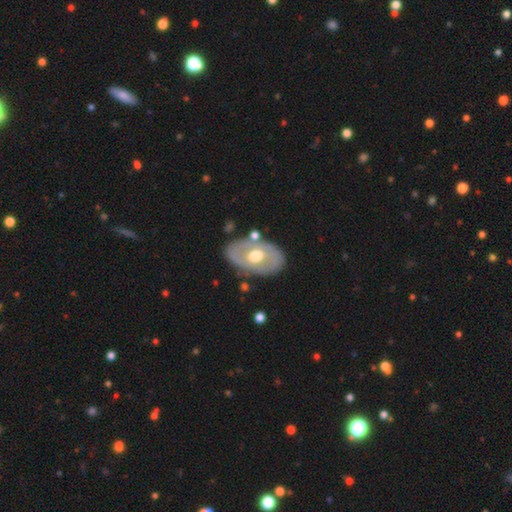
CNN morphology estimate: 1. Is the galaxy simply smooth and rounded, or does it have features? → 56% featured or disk, 38% smooth, 5% star or artifact.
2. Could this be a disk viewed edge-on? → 90% no, 10% yes.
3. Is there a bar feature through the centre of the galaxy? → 79% no, 16% weak, 5% strong.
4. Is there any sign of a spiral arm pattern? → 78% no, 22% yes.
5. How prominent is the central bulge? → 75% moderate, 16% large, 7% small, 1% dominant, 1% none.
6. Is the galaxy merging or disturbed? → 76% none, 15% minor disturbance, 4% merger, 4% major disturbance.